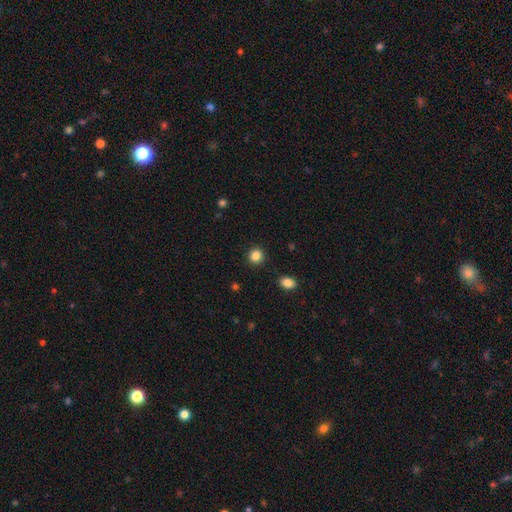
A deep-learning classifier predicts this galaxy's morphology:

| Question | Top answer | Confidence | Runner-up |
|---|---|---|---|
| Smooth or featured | smooth | 86% | star or artifact (11%) |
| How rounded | round | 90% | in between (9%) |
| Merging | none | 91% | minor disturbance (5%) |